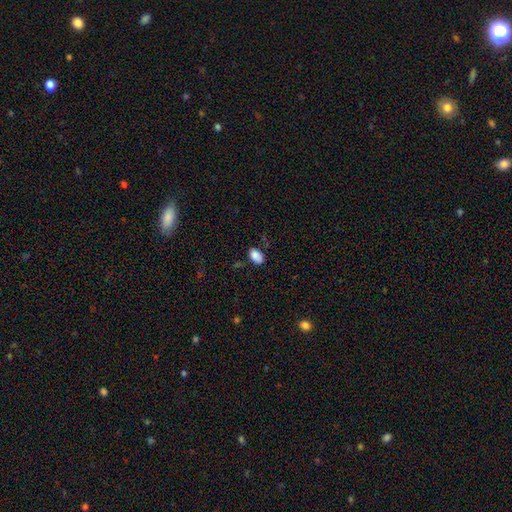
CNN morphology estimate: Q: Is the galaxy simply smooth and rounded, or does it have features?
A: smooth — 86%.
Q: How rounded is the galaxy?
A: in between — 92%.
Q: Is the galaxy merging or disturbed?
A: none — 73%.